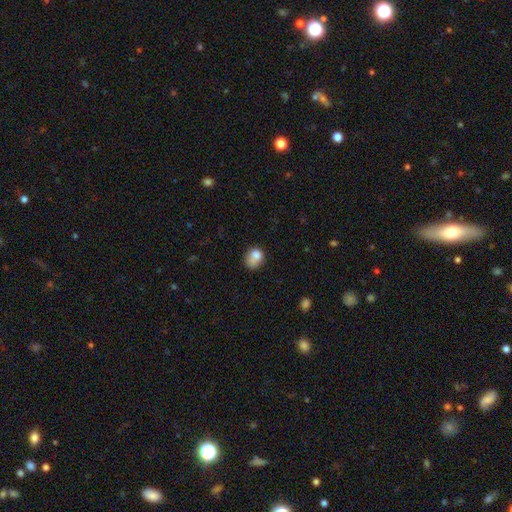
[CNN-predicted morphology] smooth_or_featured: smooth (p=0.76) [alt: featured or disk p=0.14]
how_rounded: round (p=0.57) [alt: in between p=0.42]
merging: none (p=0.41) [alt: minor disturbance p=0.25]